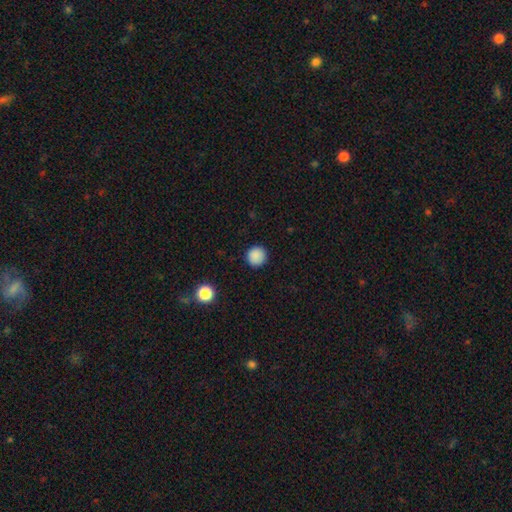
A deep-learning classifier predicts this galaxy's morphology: Overall: smooth (88%). How rounded: round (95%). Merging: none (91%).